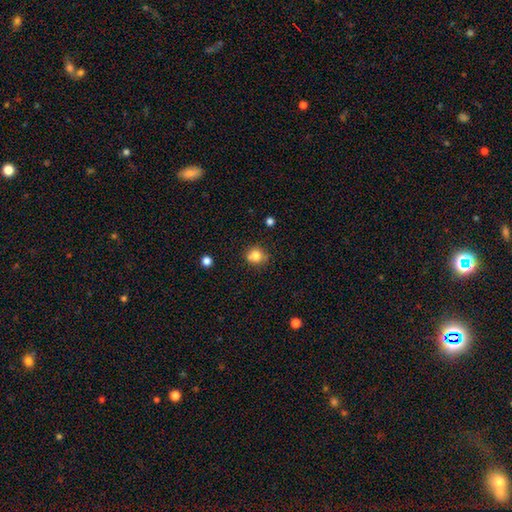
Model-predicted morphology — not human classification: A smooth galaxy with no disk features (81%) that is round (79%).

Vote fractions:
- Smooth or featured? smooth: 81% / star or artifact: 11% / featured or disk: 8%
- How rounded? round: 79% / in between: 21% / cigar-shaped: 1%
- Merging? none: 73% / minor disturbance: 17% / merger: 6% / major disturbance: 4%